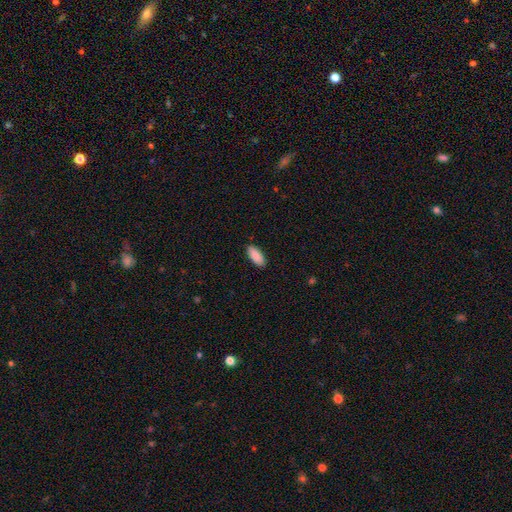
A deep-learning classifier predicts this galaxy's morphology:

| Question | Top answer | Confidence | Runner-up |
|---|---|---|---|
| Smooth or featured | smooth | 90% | star or artifact (6%) |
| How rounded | in between | 85% | cigar-shaped (13%) |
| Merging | none | 89% | minor disturbance (8%) |